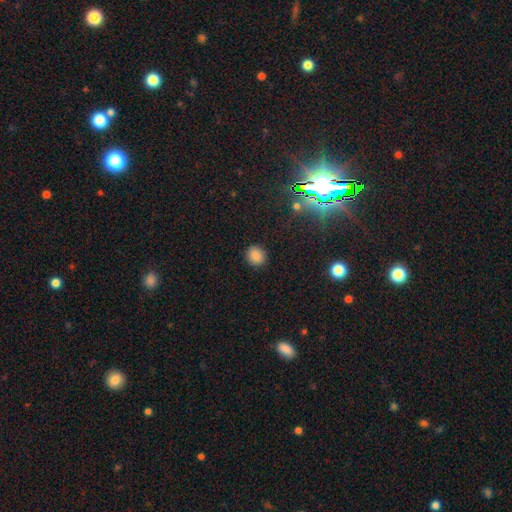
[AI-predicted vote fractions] smooth_or_featured: smooth (p=0.84) [alt: star or artifact p=0.12]
how_rounded: round (p=0.85) [alt: in between p=0.14]
merging: none (p=0.91) [alt: minor disturbance p=0.06]